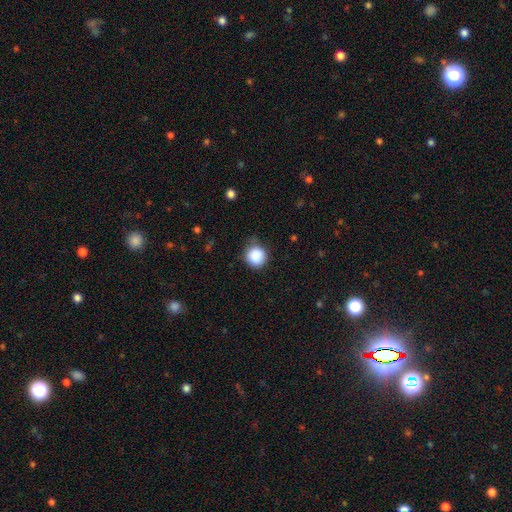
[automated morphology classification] A smooth galaxy with no disk features (88%) that is round (94%).

Vote fractions:
- Smooth or featured? smooth: 88% / star or artifact: 9% / featured or disk: 3%
- How rounded? round: 94% / in between: 5% / cigar-shaped: 1%
- Merging? none: 76% / minor disturbance: 18% / major disturbance: 5% / merger: 2%